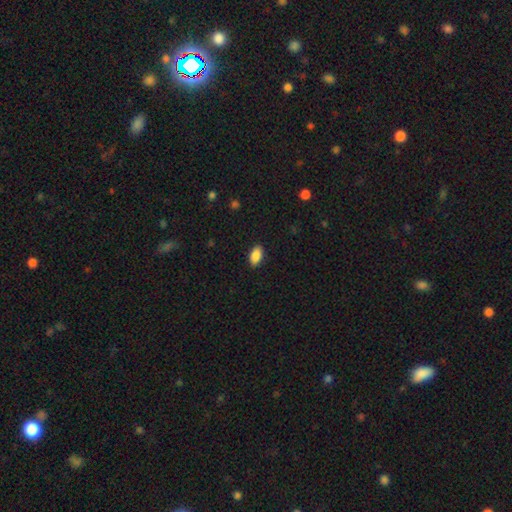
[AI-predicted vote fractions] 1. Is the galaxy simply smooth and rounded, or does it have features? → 88% smooth, 7% star or artifact, 4% featured or disk.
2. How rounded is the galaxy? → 93% in between, 4% round, 3% cigar-shaped.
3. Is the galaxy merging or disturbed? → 89% none, 8% minor disturbance, 2% major disturbance, 1% merger.